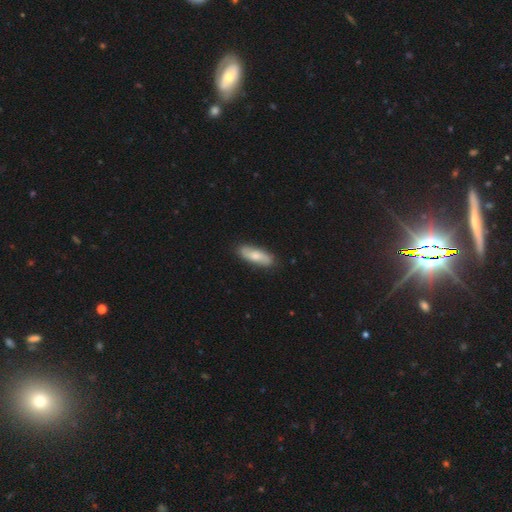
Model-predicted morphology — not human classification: A smooth galaxy with no disk features (67%) that is in between round and cigar-shaped (59%). Merging: none (86%).